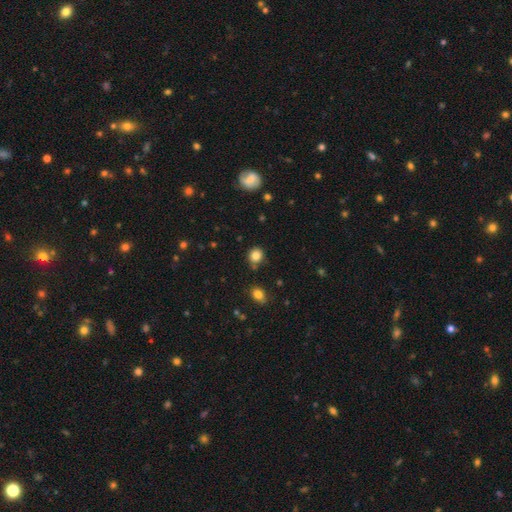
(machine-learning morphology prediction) This appears to be a smooth galaxy with no disk features (83%) that is round (84%). Merging: none (78%).